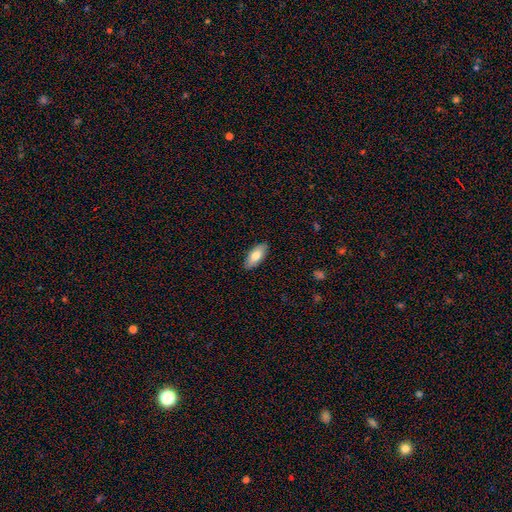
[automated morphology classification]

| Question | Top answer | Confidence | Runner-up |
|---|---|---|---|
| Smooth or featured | smooth | 78% | featured or disk (16%) |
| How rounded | in between | 87% | cigar-shaped (11%) |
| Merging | none | 89% | minor disturbance (8%) |